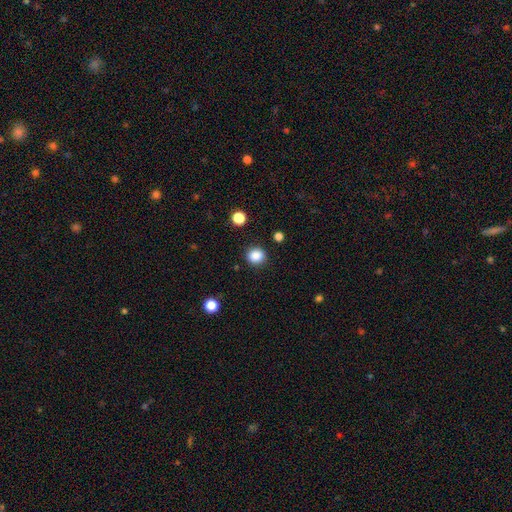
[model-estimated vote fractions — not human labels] A smooth galaxy with no disk features (86%) that is round (86%). Merging: none (88%).